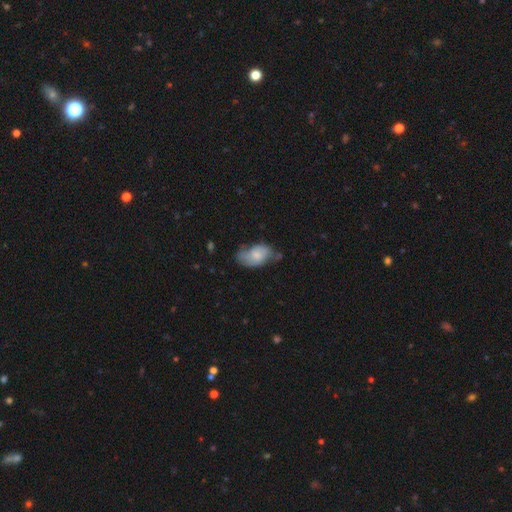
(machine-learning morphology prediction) smooth 52%, featured or disk 41%, star or artifact 7%. Down the decision tree: how rounded — in between (91%); merging — none (44%).